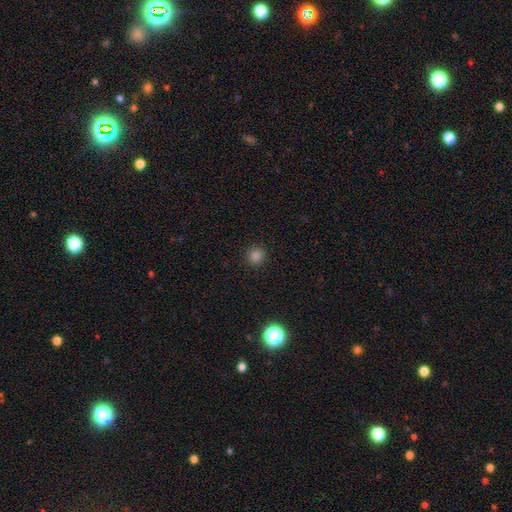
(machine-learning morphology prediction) This appears to be a smooth galaxy with no disk features (82%) that is round (93%). Merging: none (91%).